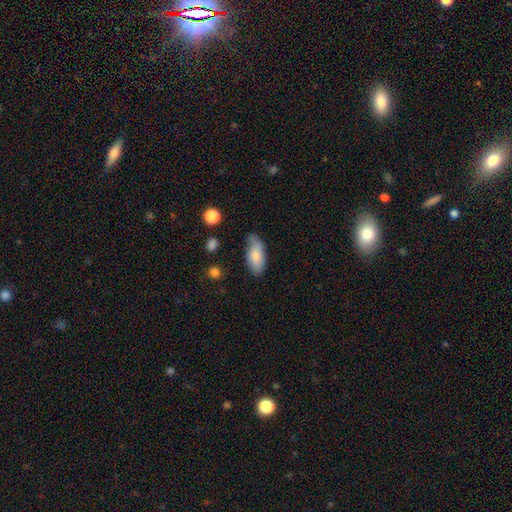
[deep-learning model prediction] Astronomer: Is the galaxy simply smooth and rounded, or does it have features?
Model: smooth — 76%.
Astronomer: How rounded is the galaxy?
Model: in between — 89%.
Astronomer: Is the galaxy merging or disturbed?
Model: none — 60%.